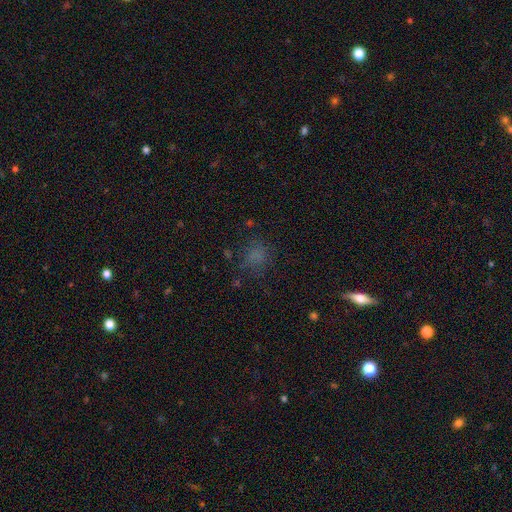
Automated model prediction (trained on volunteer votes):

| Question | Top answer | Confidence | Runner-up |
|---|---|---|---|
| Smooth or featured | smooth | 64% | star or artifact (24%) |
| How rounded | round | 59% | in between (40%) |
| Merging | none | 66% | minor disturbance (19%) |